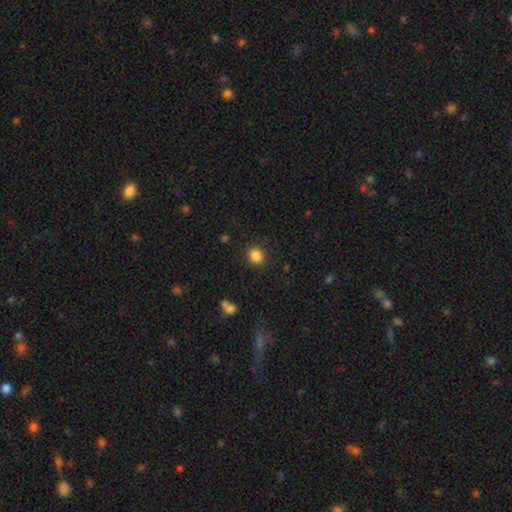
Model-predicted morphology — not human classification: smooth-or-featured: smooth: 85% | star or artifact: 11% | featured or disk: 4%
  how-rounded: round: 75% | in between: 24% | cigar-shaped: 1%
  merging: none: 87% | minor disturbance: 8% | major disturbance: 3% | merger: 1%